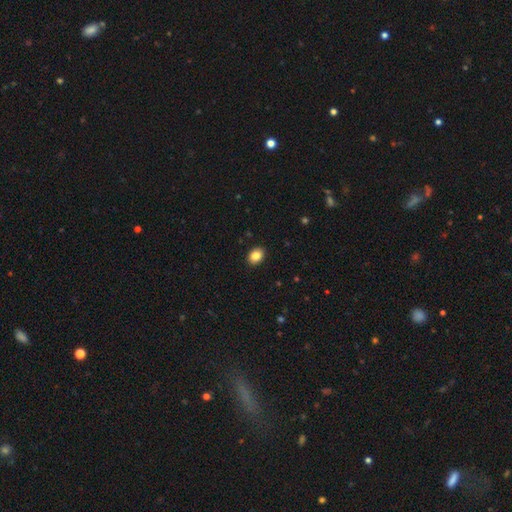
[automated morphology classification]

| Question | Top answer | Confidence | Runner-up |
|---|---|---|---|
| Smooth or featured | smooth | 86% | star or artifact (9%) |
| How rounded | in between | 65% | round (34%) |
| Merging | none | 91% | minor disturbance (6%) |